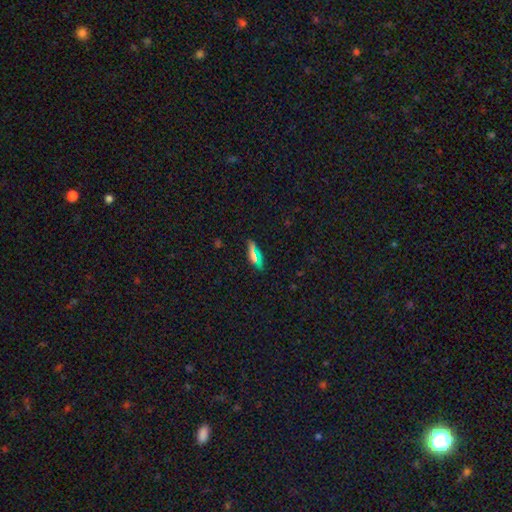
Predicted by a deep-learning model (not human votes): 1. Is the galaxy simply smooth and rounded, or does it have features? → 62% smooth, 21% star or artifact, 17% featured or disk.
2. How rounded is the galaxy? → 64% in between, 29% cigar-shaped, 7% round.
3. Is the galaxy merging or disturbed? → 83% none, 11% minor disturbance, 3% major disturbance, 2% merger.